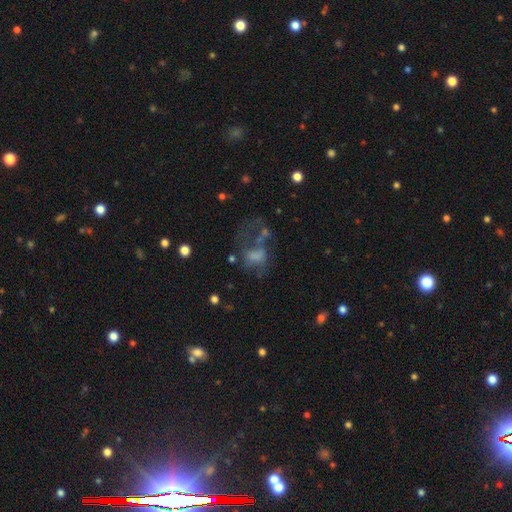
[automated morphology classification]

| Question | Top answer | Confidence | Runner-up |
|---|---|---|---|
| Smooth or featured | smooth | 46% | featured or disk (39%) |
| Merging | major disturbance | 49% | none (24%) |